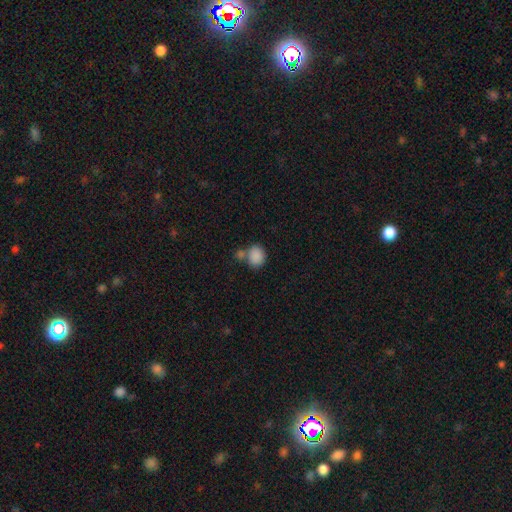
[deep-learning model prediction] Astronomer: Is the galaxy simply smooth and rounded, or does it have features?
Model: smooth — 87%.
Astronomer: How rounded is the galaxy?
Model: round — 57% (runner-up: in between, 42%).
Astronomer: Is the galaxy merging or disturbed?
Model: none — 51% (runner-up: merger, 33%).